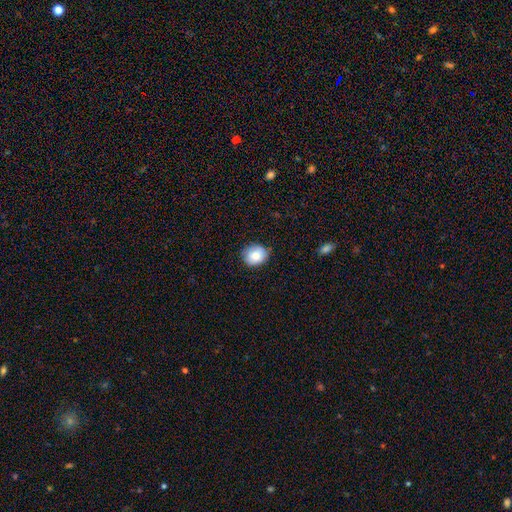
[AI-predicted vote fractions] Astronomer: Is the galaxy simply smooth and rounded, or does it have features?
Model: smooth — 81%.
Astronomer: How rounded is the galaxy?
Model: round — 68%.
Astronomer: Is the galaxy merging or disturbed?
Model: none — 78%.